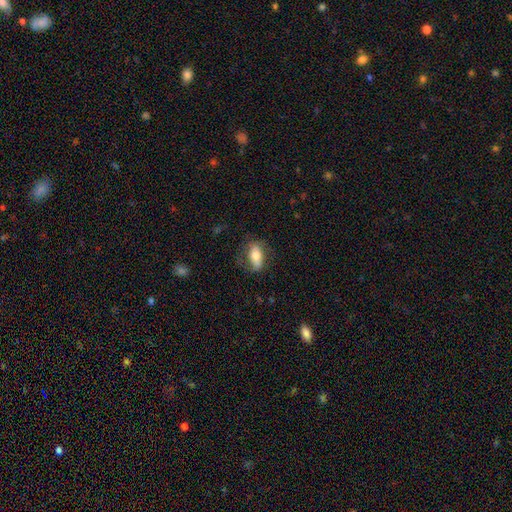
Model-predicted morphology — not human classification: A smooth galaxy with no disk features (62%) that is in between round and cigar-shaped (83%).

Vote fractions:
- Smooth or featured? smooth: 62% / featured or disk: 31% / star or artifact: 7%
- How rounded? in between: 83% / cigar-shaped: 10% / round: 7%
- Merging? none: 70% / minor disturbance: 19% / major disturbance: 9% / merger: 1%